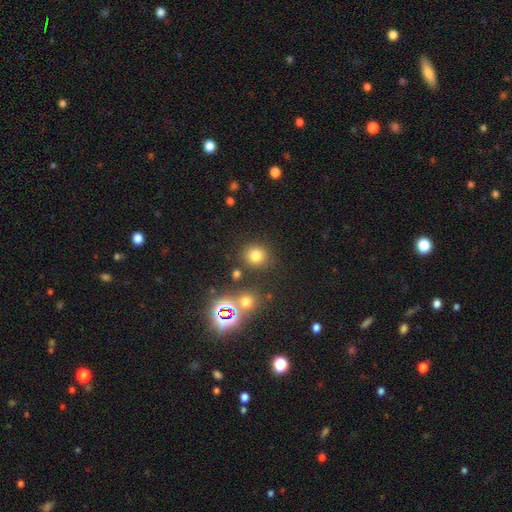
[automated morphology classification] Smooth or featured: smooth — 74% (star or artifact — 20%)
How rounded: round — 89% (in between — 10%)
Merging: none — 83% (minor disturbance — 8%)